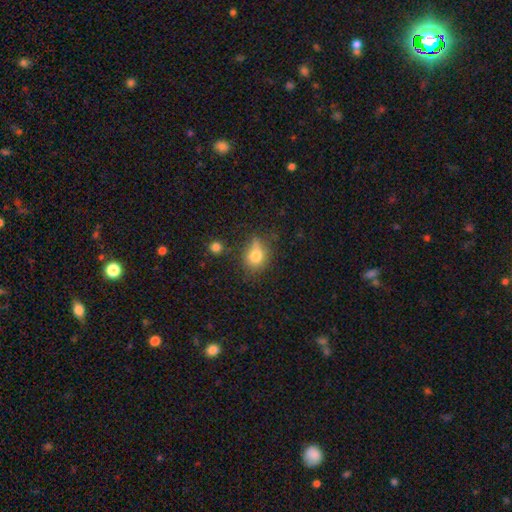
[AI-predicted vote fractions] Smooth or featured: smooth — 76% (star or artifact — 12%)
How rounded: round — 54% (in between — 44%)
Merging: none — 60% (minor disturbance — 25%)